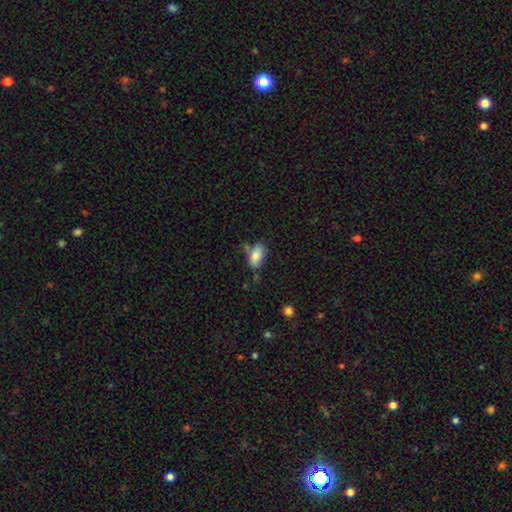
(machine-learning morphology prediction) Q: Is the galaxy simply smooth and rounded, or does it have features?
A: smooth — 82%.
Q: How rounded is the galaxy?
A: in between — 93%.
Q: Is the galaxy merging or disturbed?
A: none — 59%.